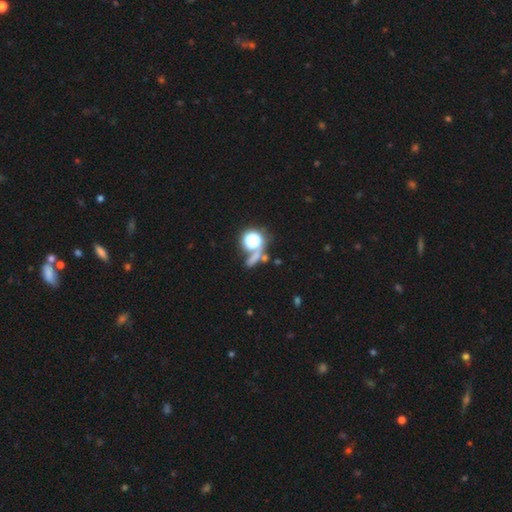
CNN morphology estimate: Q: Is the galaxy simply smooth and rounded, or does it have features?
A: smooth — 45%.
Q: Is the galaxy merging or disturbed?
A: none — 58%.